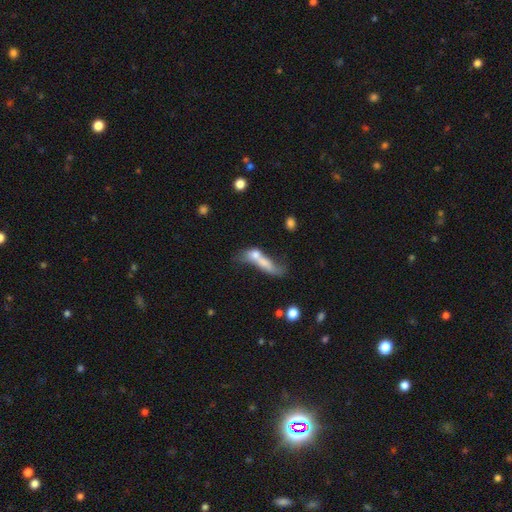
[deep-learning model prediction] A smooth galaxy with no disk features (53%) that is cigar-shaped (47%). Merging: merger (53%).